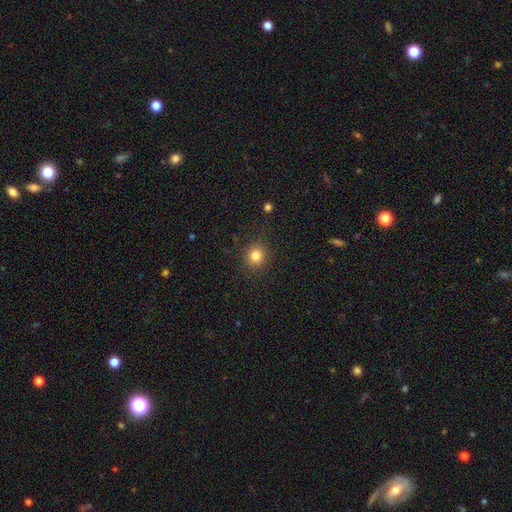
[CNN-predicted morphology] smooth 82%, star or artifact 12%, featured or disk 6%. Down the decision tree: how rounded — round (86%); merging — none (89%).